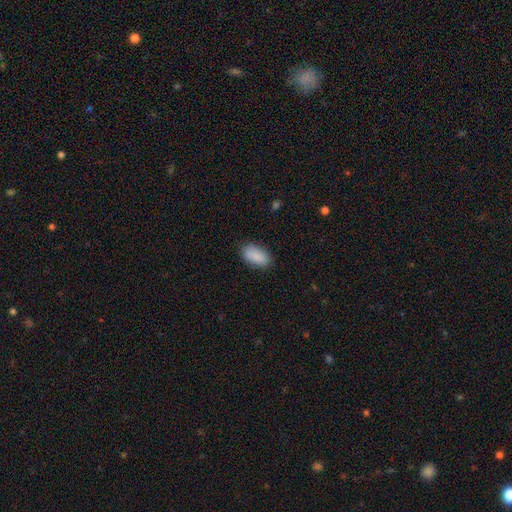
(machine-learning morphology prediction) This is clearly a smooth galaxy (89%). How rounded: clearly in between (94%). Merging: clearly none (83%).